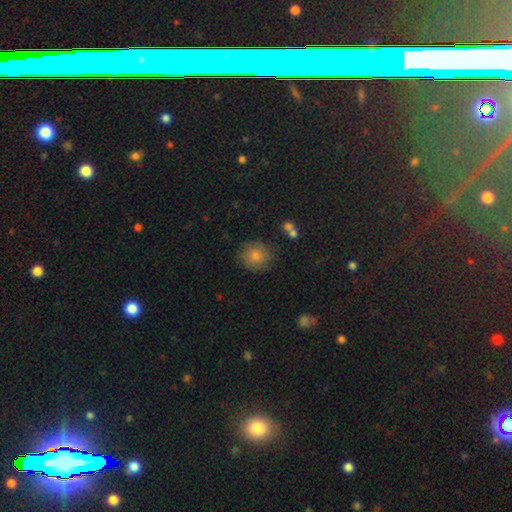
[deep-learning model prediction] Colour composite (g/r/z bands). It shows a smooth galaxy with no disk features (78%) that is round (88%). Merging: none (77%).